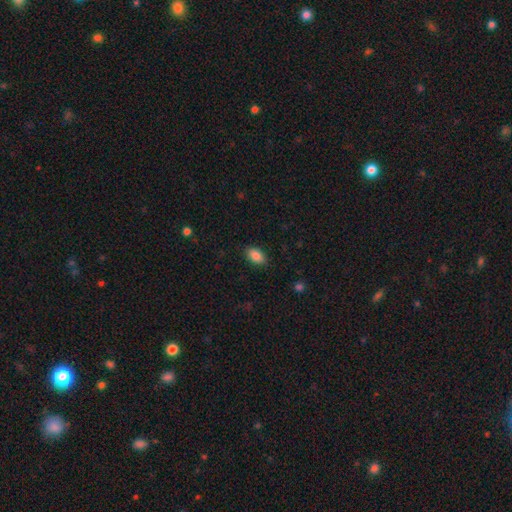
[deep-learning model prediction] Smooth or featured? smooth (87%)
How rounded? in between (91%)
Merging? none (88%)